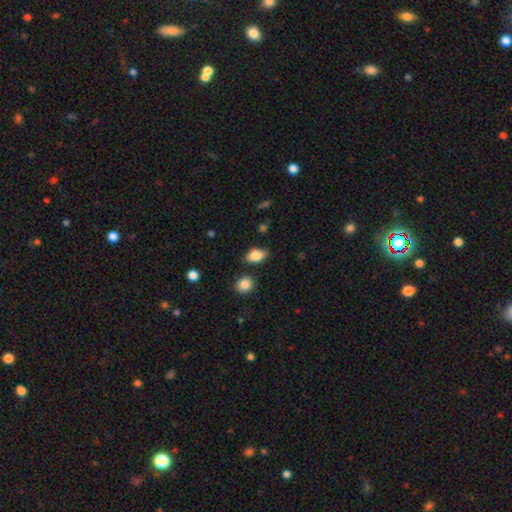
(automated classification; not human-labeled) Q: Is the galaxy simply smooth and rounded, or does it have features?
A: smooth — 83%.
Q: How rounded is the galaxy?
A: in between — 84%.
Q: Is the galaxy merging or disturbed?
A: none — 75%.